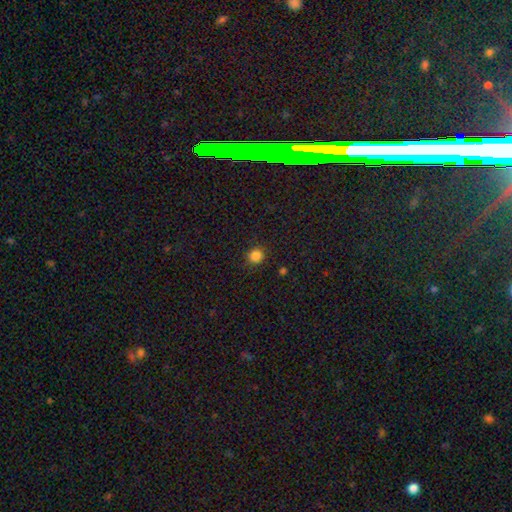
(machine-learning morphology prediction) Overall: smooth (85%). How rounded: round (90%). Merging: none (89%).